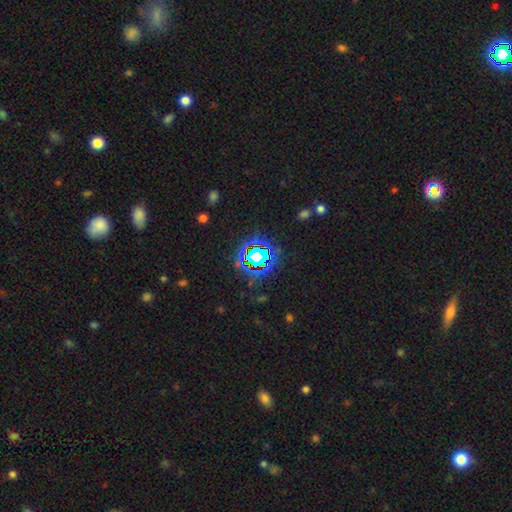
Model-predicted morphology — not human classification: smooth-or-featured: star or artifact: 73% | smooth: 16% | featured or disk: 11%